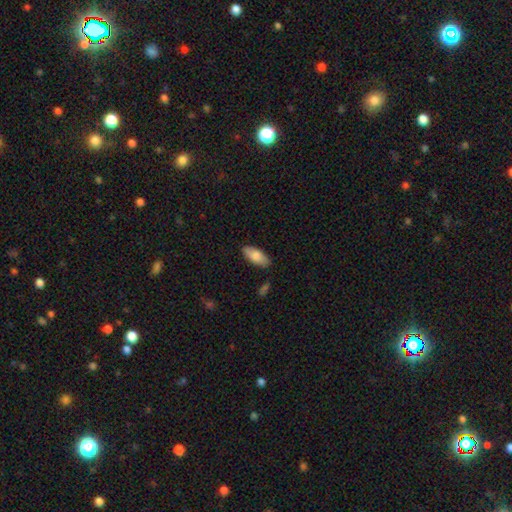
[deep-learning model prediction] smooth 82%, featured or disk 12%, star or artifact 6%. Down the decision tree: how rounded — in between (86%); merging — none (84%).